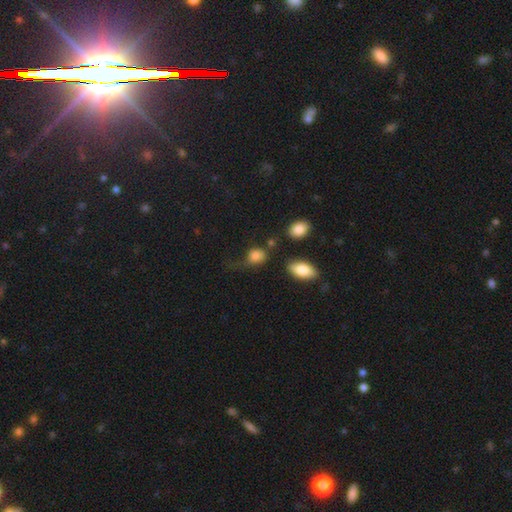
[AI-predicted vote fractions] smooth 82%, star or artifact 9%, featured or disk 8%. Down the decision tree: how rounded — round (57%); merging — none (40%).